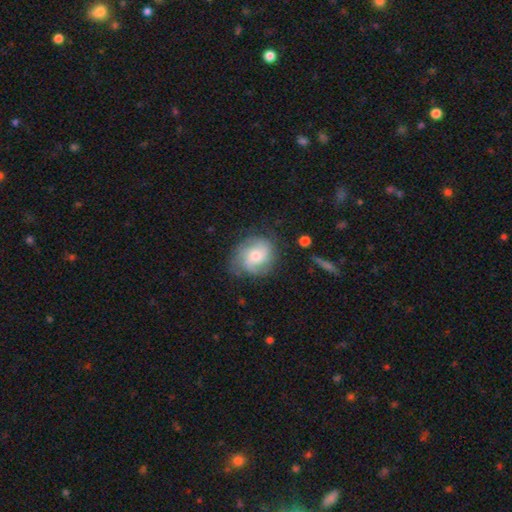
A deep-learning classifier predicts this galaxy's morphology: A featured or disk galaxy (62%) with no bar (65%), 2 (32%) medium (43%) spiral arms (91%) and a moderate central bulge (57%). Merging: none (70%).